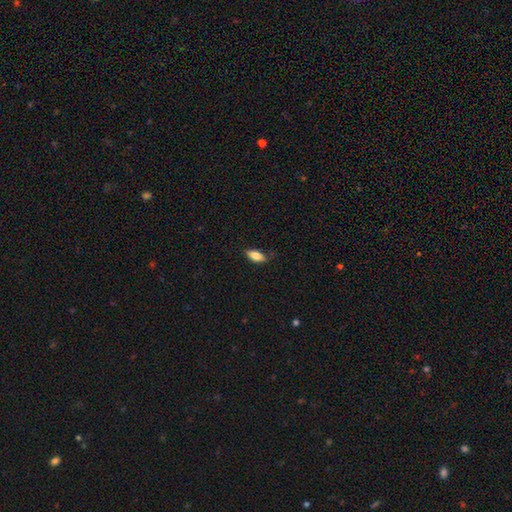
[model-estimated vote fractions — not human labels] A smooth galaxy with no disk features (82%) that is in between round and cigar-shaped (83%).

Vote fractions:
- Smooth or featured? smooth: 82% / featured or disk: 11% / star or artifact: 7%
- How rounded? in between: 83% / cigar-shaped: 14% / round: 3%
- Merging? none: 76% / minor disturbance: 19% / major disturbance: 3% / merger: 1%